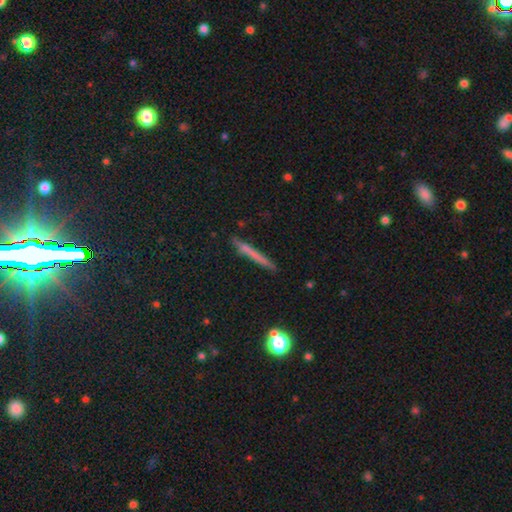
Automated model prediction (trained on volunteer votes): The model was most divided on "smooth or featured": smooth: 57%, featured or disk: 32%, star or artifact: 10%. More confident: how rounded — cigar-shaped (94%); merging — none (87%).